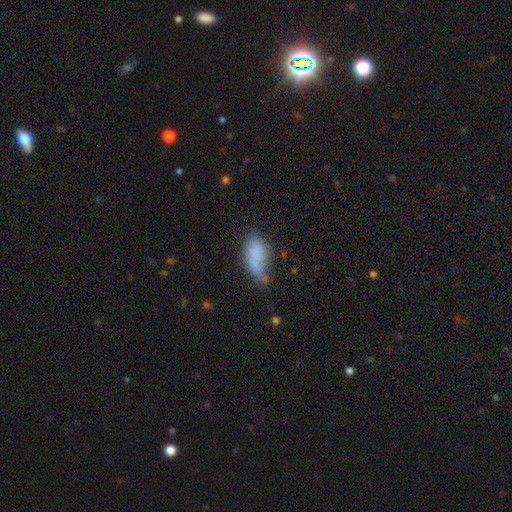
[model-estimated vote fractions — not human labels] Smooth or featured? smooth (77%)
How rounded? in between (85%)
Merging? none (46%)